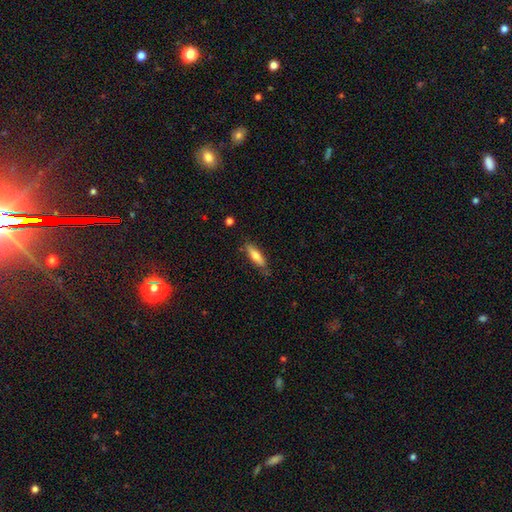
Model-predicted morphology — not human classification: A smooth galaxy with no disk features (65%) that is cigar-shaped (65%). Merging: none (79%).